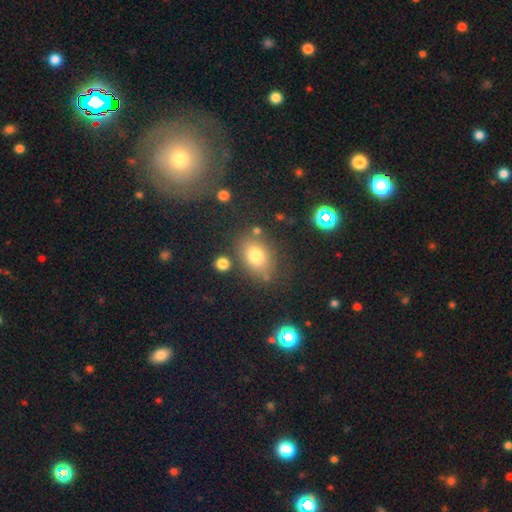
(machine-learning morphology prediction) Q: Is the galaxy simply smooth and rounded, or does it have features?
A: smooth — 76%.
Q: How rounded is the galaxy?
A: in between — 71%.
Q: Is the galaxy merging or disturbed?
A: none — 74%.